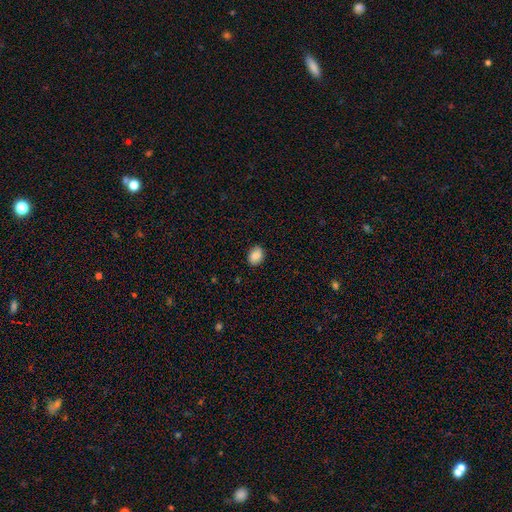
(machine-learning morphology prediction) A smooth galaxy with no disk features (88%) that is in between round and cigar-shaped (64%). Merging: none (88%).